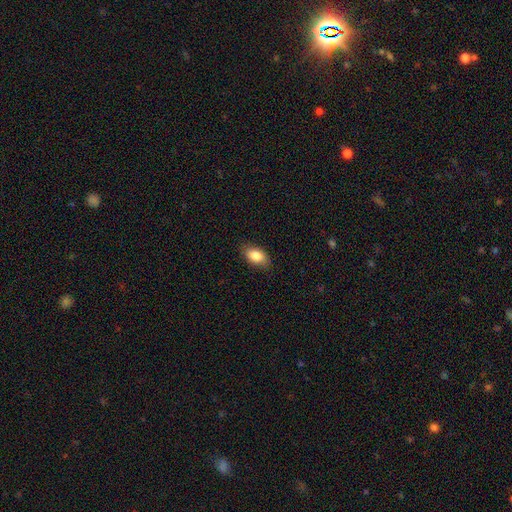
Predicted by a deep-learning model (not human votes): This appears to be a smooth galaxy with no disk features (84%) that is in between round and cigar-shaped (91%). Merging: none (83%).